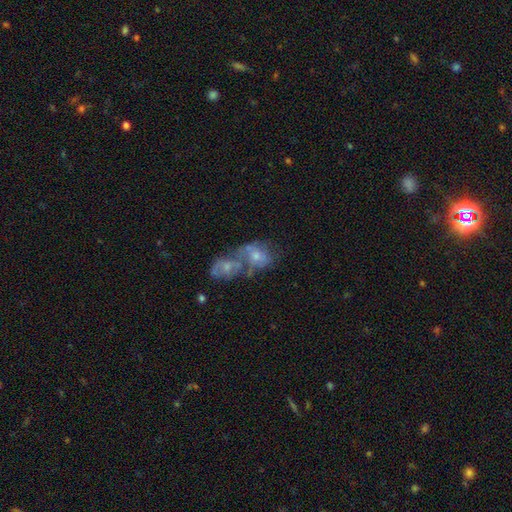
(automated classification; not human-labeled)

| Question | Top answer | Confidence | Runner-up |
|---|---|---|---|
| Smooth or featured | featured or disk | 51% | smooth (30%) |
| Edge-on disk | no | 94% | yes (6%) |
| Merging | merger | 65% | none (22%) |